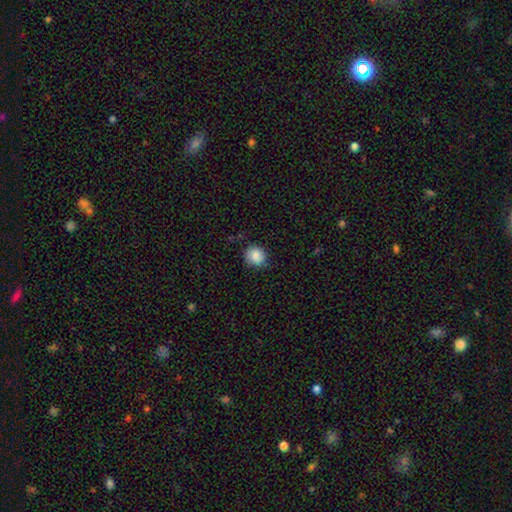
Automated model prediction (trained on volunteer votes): Smooth or featured: smooth — 85% (star or artifact — 8%)
How rounded: round — 83% (in between — 16%)
Merging: none — 78% (minor disturbance — 17%)